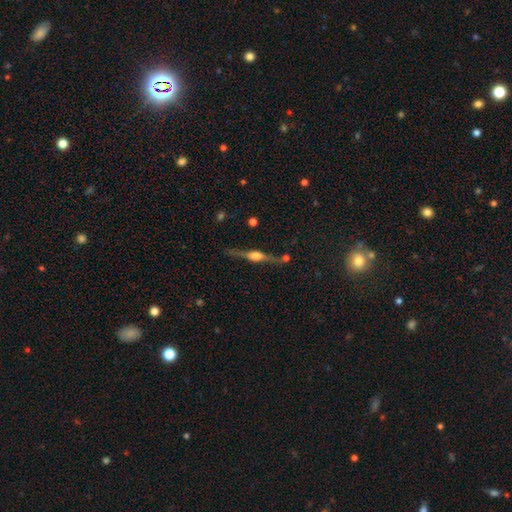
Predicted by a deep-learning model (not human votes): Smooth or featured: featured or disk — 81% (smooth — 12%)
Edge-on disk: yes — 97% (no — 3%)
Edge-on bulge: rounded — 89% (boxy — 9%)
Merging: none — 82% (minor disturbance — 11%)